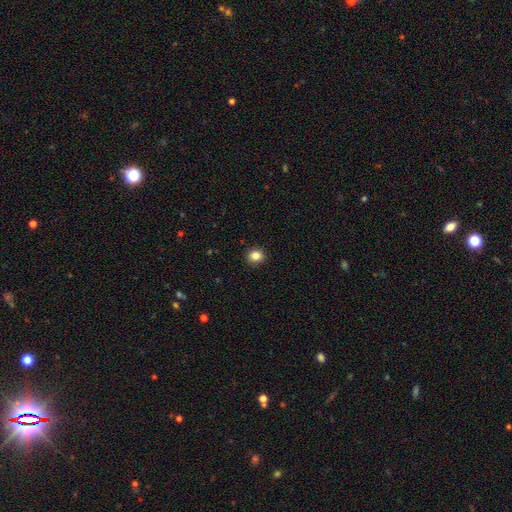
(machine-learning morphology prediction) A smooth galaxy with no disk features (84%) that is round (76%). Merging: none (92%).